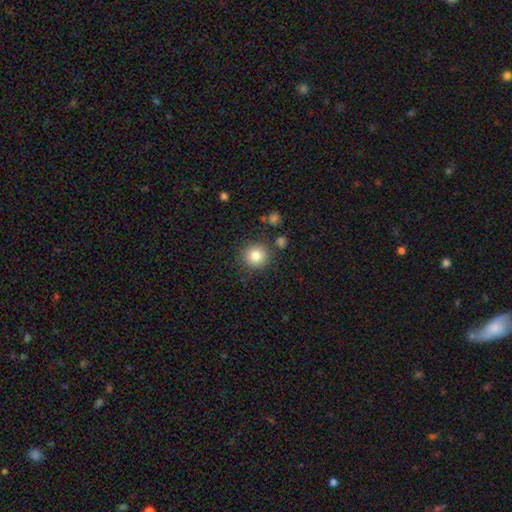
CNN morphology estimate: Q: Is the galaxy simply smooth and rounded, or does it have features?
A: smooth — 83%.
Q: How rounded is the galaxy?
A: round — 93%.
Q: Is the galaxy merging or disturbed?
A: none — 86%.